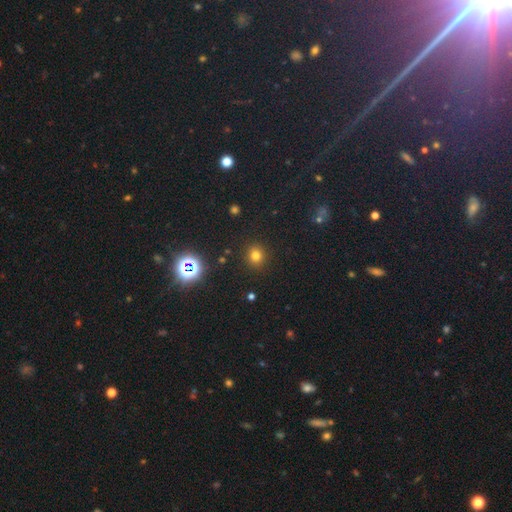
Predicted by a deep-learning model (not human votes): The model was most divided on "smooth or featured": smooth: 73%, star or artifact: 21%, featured or disk: 6%. More confident: merging — none (90%); how rounded — round (84%).